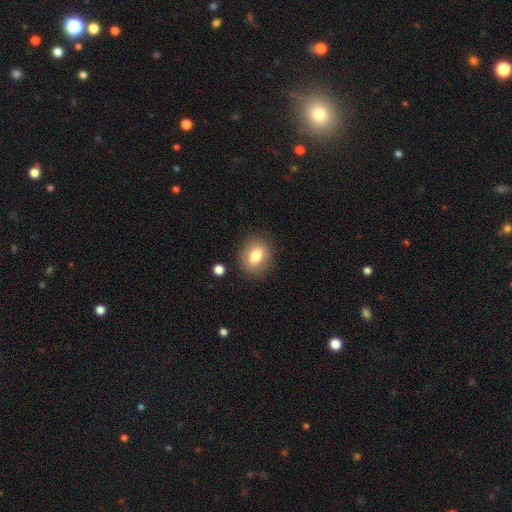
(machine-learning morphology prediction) Overall: smooth (78%). How rounded: in between (59%; round 40%). Merging: none (84%).